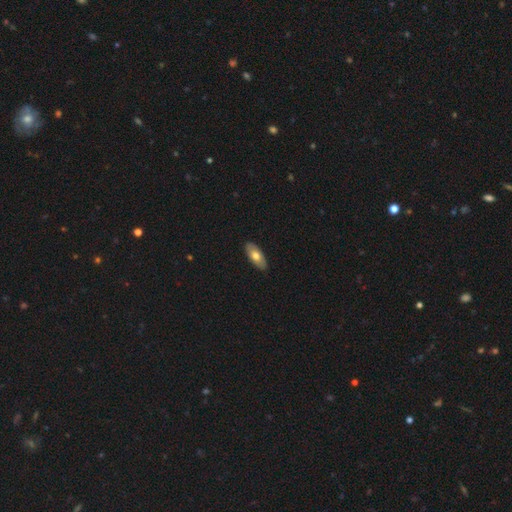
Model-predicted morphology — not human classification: A smooth galaxy with no disk features (69%) that is in between round and cigar-shaped (89%).

Vote fractions:
- Smooth or featured? smooth: 69% / featured or disk: 26% / star or artifact: 6%
- How rounded? in between: 89% / cigar-shaped: 9% / round: 2%
- Merging? none: 88% / minor disturbance: 9% / major disturbance: 2% / merger: 1%